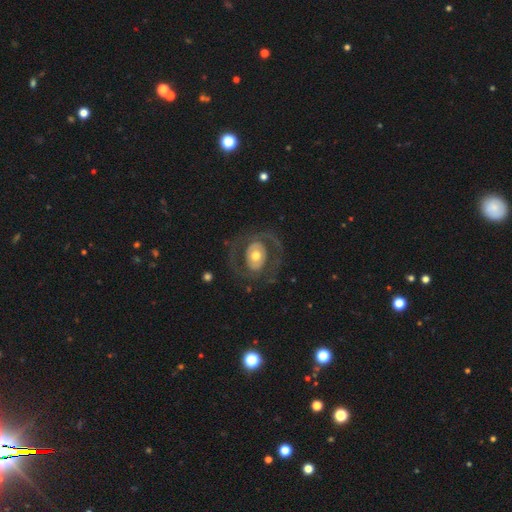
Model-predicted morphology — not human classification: type=featured or disk (72%); edge-on=no (96%); bar=no (70%); spiral arms=yes (57%); bulge=moderate (69%); merging=none (69%).